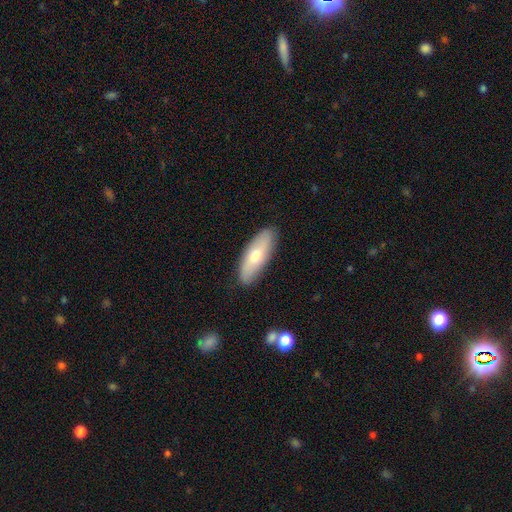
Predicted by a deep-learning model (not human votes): The model was most divided on "smooth or featured": smooth: 60%, featured or disk: 34%, star or artifact: 6%. More confident: merging — none (87%); how rounded — in between (70%).